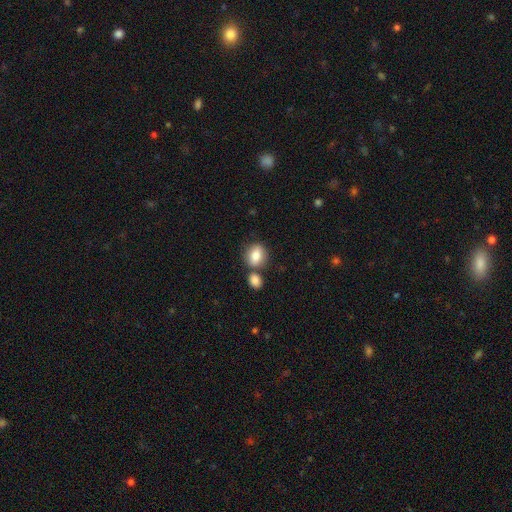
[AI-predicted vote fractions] The model was most divided on "how rounded": in between: 54%, round: 44%, cigar-shaped: 2%. More confident: smooth or featured — smooth (83%); merging — none (57%).